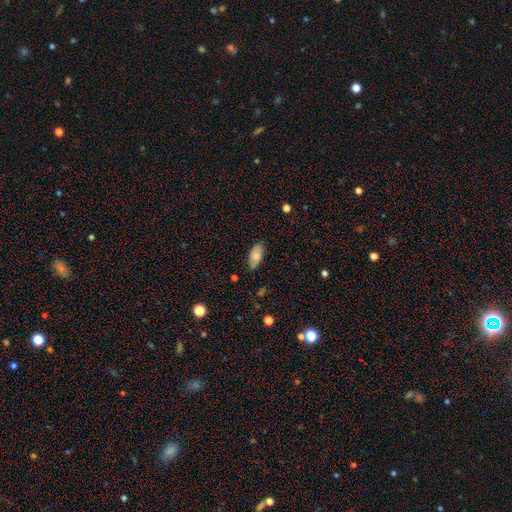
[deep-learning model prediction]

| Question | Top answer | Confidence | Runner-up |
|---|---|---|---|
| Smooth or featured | smooth | 76% | featured or disk (17%) |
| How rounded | in between | 92% | cigar-shaped (6%) |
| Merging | none | 79% | minor disturbance (17%) |